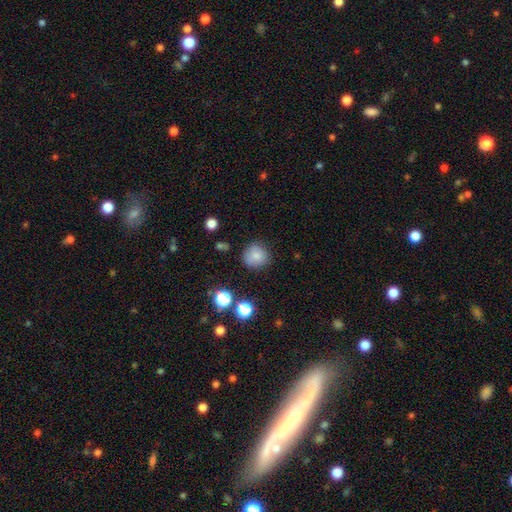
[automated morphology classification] Overall: smooth (81%). How rounded: round (89%). Merging: none (81%).